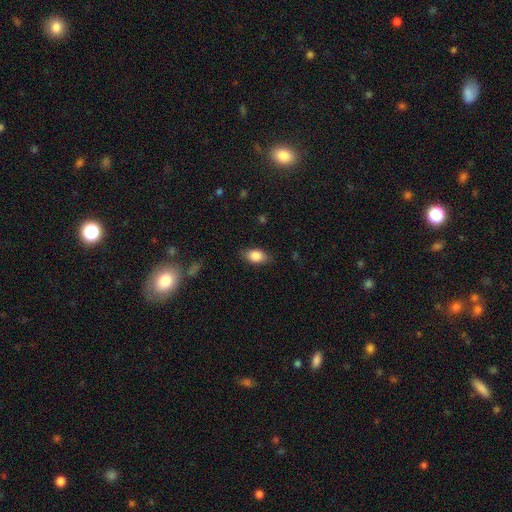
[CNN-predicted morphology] The model was most divided on "merging": none: 81%, minor disturbance: 14%, major disturbance: 3%, merger: 1%. More confident: how rounded — in between (86%); smooth or featured — smooth (82%).